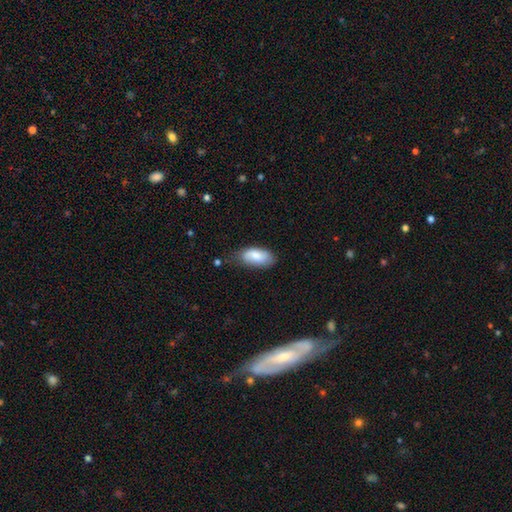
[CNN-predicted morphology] Smooth or featured?
  - smooth: 78% *
  - featured or disk: 16%
  - star or artifact: 6%
How rounded?
  - in between: 92% *
  - cigar-shaped: 5%
  - round: 2%
Merging?
  - none: 63% *
  - minor disturbance: 28%
  - major disturbance: 6%
  - merger: 3%